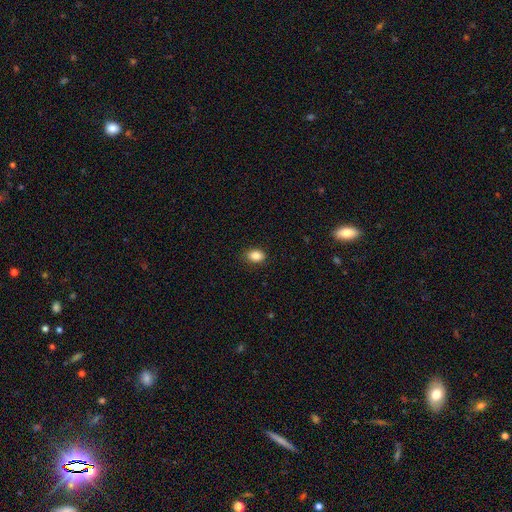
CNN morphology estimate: The model was most divided on "how rounded": in between: 78%, round: 21%, cigar-shaped: 1%. More confident: smooth or featured — smooth (87%); merging — none (86%).